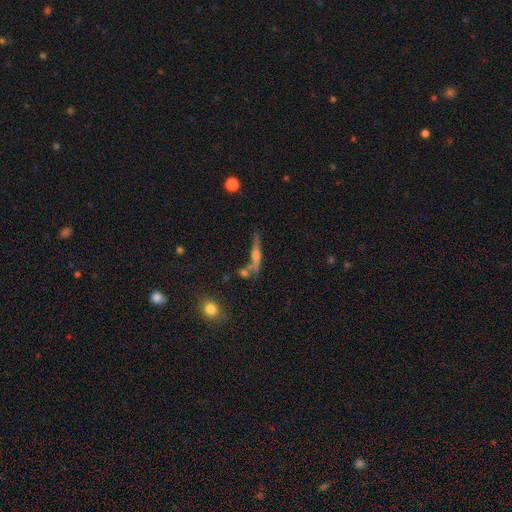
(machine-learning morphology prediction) Smooth or featured: featured or disk — 61% (smooth — 30%)
Edge-on disk: yes — 93% (no — 7%)
Edge-on bulge: rounded — 85% (none — 7%)
Merging: none — 61% (merger — 17%)